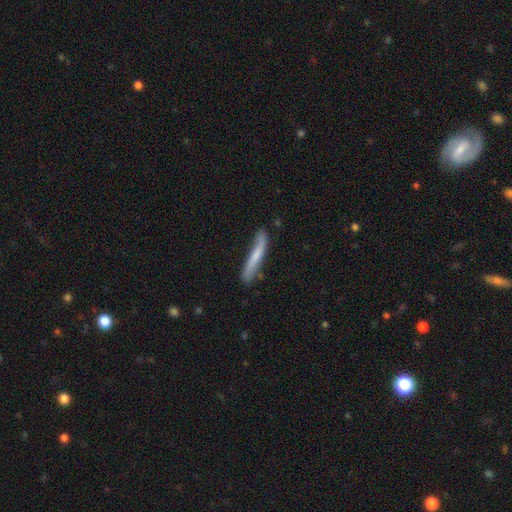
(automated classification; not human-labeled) Smooth or featured: smooth — 57% (featured or disk — 37%)
How rounded: cigar-shaped — 94% (in between — 4%)
Merging: none — 66% (minor disturbance — 25%)